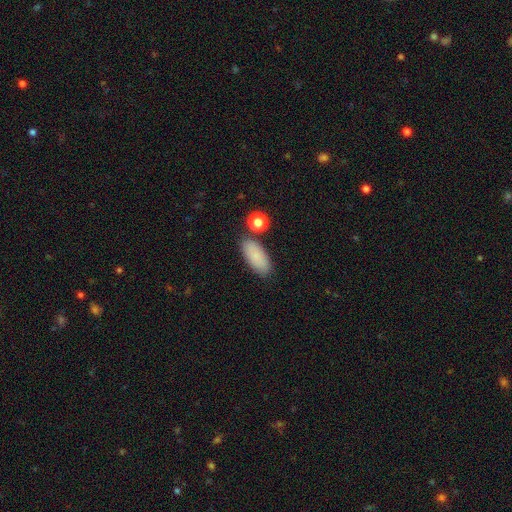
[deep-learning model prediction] The model was most divided on "merging": none: 79%, minor disturbance: 12%, merger: 6%, major disturbance: 3%. More confident: how rounded — in between (88%); smooth or featured — smooth (84%).